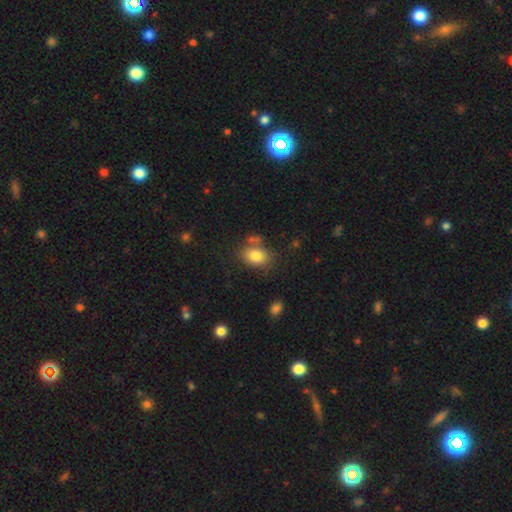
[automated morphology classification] smooth 81%, featured or disk 9%, star or artifact 9%. Down the decision tree: how rounded — in between (74%); merging — none (66%).